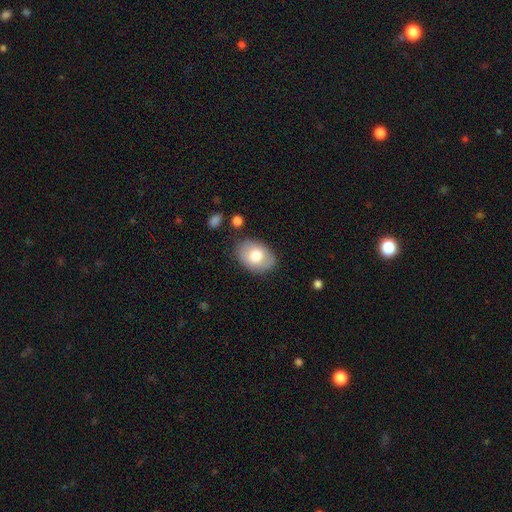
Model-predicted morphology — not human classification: smooth-or-featured: smooth: 72% | featured or disk: 22% | star or artifact: 6%
  how-rounded: in between: 80% | round: 19% | cigar-shaped: 1%
  merging: none: 79% | minor disturbance: 15% | major disturbance: 4% | merger: 2%